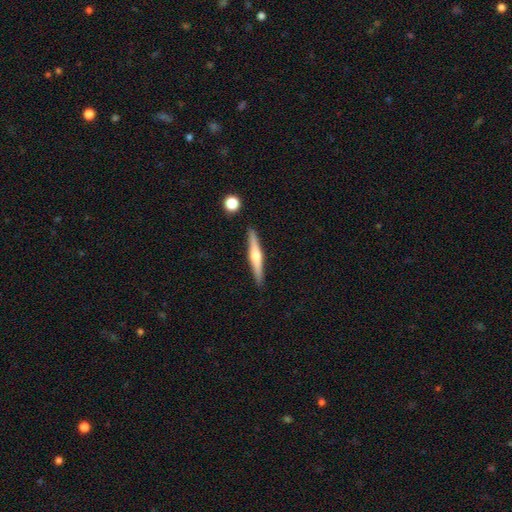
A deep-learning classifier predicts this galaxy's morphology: Overall: featured or disk (64%; smooth 31%). Edge-on disk: yes (98%). Edge-on bulge: rounded (88%). Merging: none (90%).